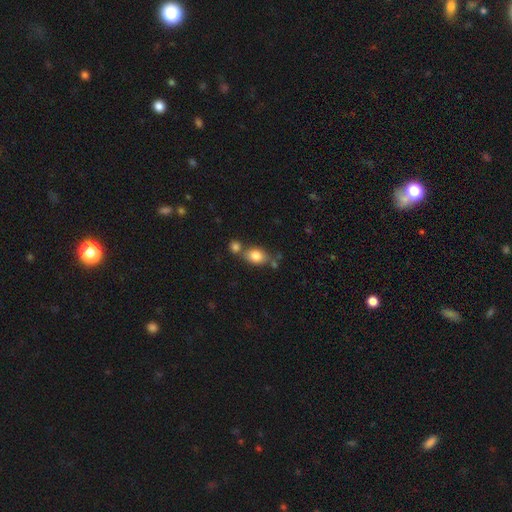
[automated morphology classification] smooth_or_featured: smooth (p=0.81) [alt: featured or disk p=0.10]
how_rounded: in between (p=0.74) [alt: round p=0.24]
merging: none (p=0.54) [alt: merger p=0.29]